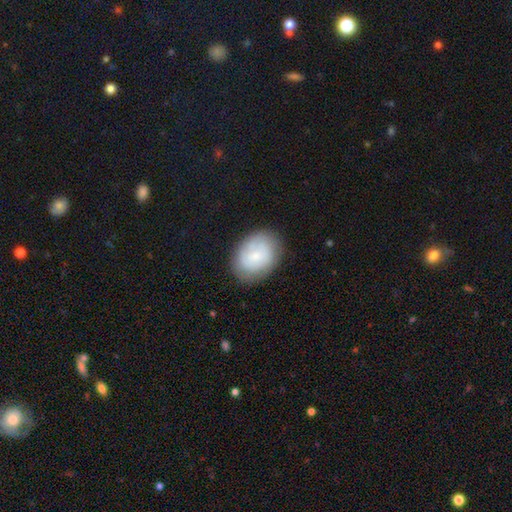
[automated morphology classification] Smooth or featured: smooth — 65% (featured or disk — 27%)
How rounded: in between — 68% (round — 31%)
Merging: none — 77% (minor disturbance — 17%)